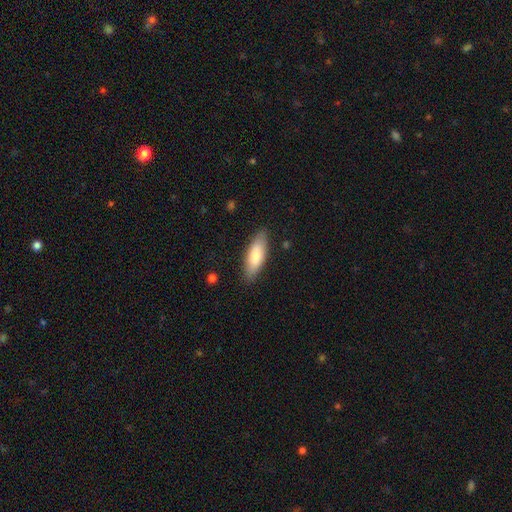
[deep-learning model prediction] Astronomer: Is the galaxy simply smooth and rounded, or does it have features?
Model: smooth — 79%.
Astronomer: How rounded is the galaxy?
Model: in between — 61% (runner-up: cigar-shaped, 37%).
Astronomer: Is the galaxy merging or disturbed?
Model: none — 86%.